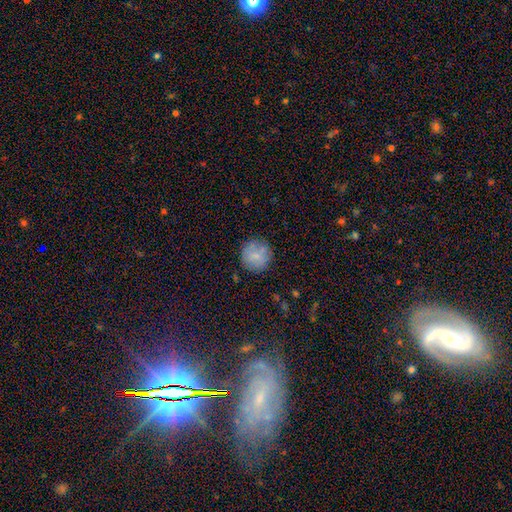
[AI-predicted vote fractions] smooth-or-featured: smooth: 75% | featured or disk: 16% | star or artifact: 9%
  how-rounded: round: 94% | in between: 5% | cigar-shaped: 1%
  merging: none: 80% | minor disturbance: 14% | major disturbance: 4% | merger: 2%